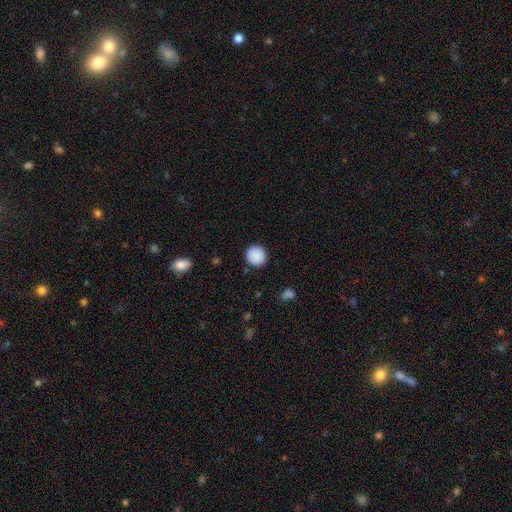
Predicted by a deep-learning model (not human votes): Smooth or featured? smooth (90%)
How rounded? round (93%)
Merging? none (90%)